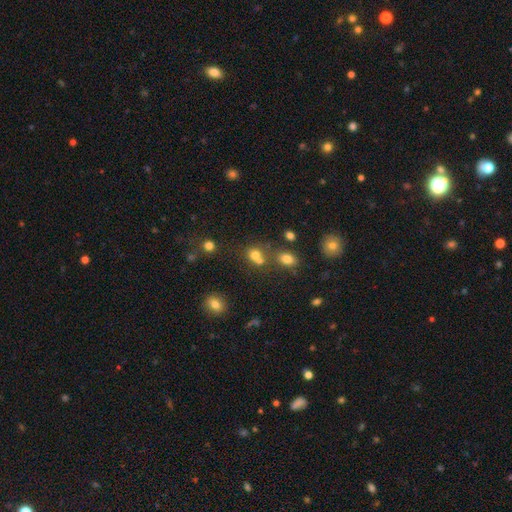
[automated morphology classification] This appears to be a smooth galaxy with no disk features (72%) that is round (70%). Merging: none (45%).